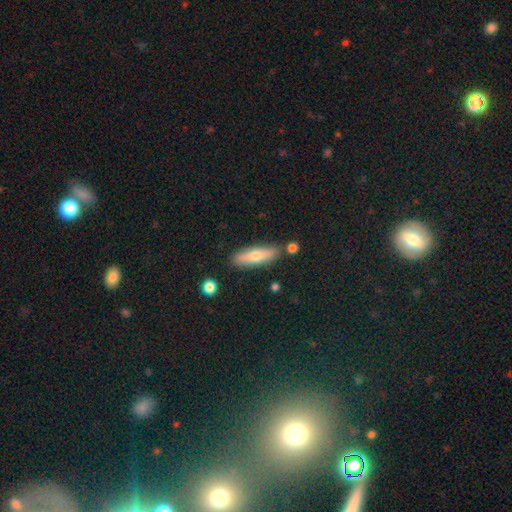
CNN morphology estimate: type=smooth (59%); roundness=cigar-shaped (60%); merging=none (85%).